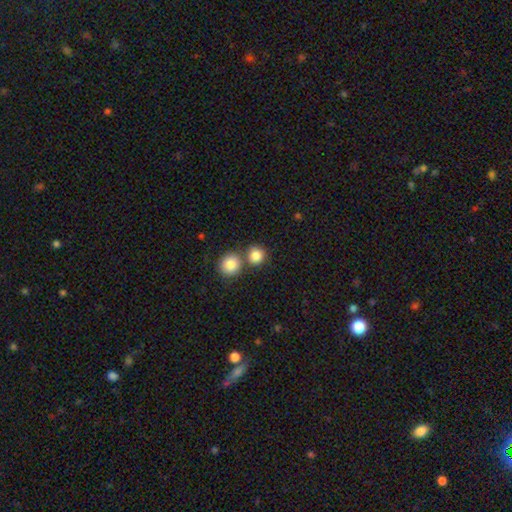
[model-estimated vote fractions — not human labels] smooth_or_featured: smooth (p=0.85) [alt: star or artifact p=0.09]
how_rounded: round (p=0.88) [alt: in between p=0.11]
merging: none (p=0.59) [alt: merger p=0.31]